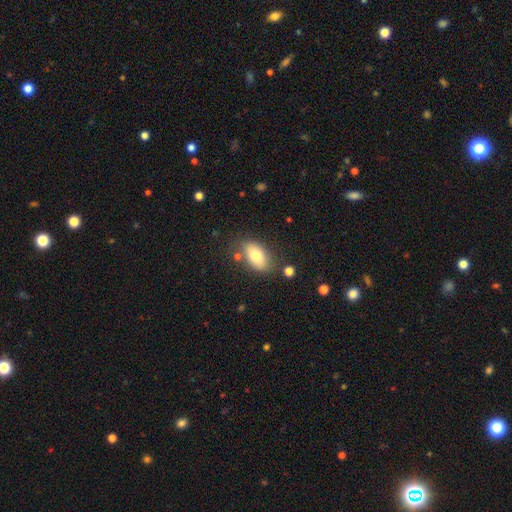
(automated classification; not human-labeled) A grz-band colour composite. It shows a smooth galaxy with no disk features (77%) that is in between round and cigar-shaped (91%). Merging: none (75%).